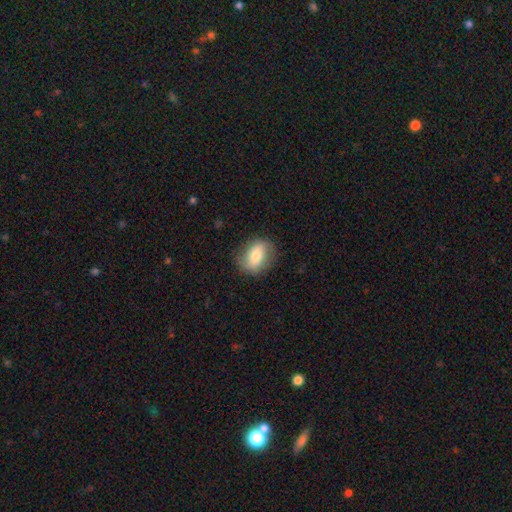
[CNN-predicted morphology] A smooth galaxy with no disk features (62%) that is in between round and cigar-shaped (62%).

Vote fractions:
- Smooth or featured? smooth: 62% / featured or disk: 31% / star or artifact: 7%
- How rounded? in between: 62% / round: 35% / cigar-shaped: 2%
- Merging? none: 80% / minor disturbance: 15% / major disturbance: 4% / merger: 1%